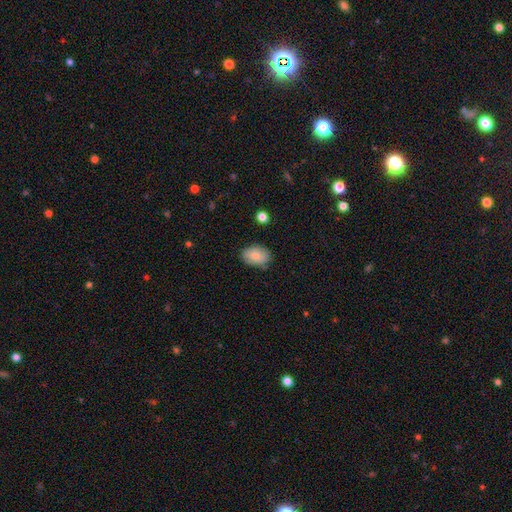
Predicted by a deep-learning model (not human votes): Q: Smooth or featured?
A: smooth (81%); runner-up: featured or disk (12%)
Q: How rounded?
A: in between (84%); runner-up: round (15%)
Q: Merging?
A: none (80%); runner-up: minor disturbance (16%)